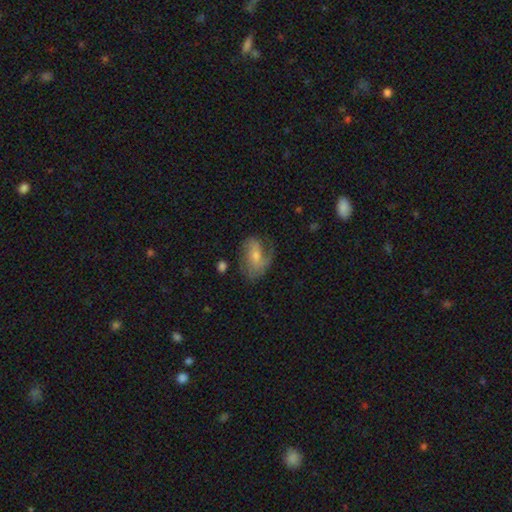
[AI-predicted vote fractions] Overall: featured or disk (59%; smooth 32%). Edge-on disk: no (95%). Bar: no (54%; weak 34%). Spiral arms: yes (81%). Bulge size: small (52%; moderate 42%). Merging: none (51%; minor disturbance 25%).